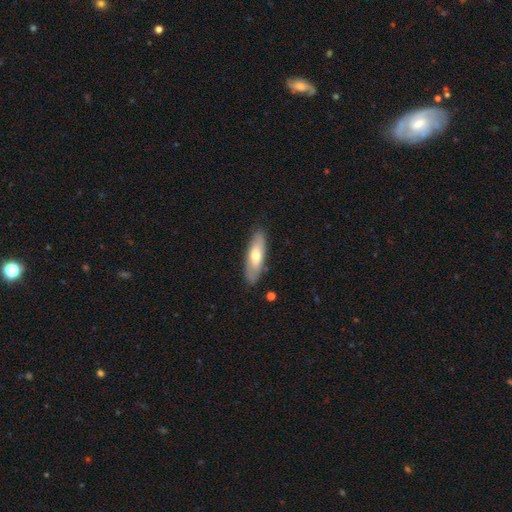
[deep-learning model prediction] This is possibly a smooth galaxy (56%). How rounded: possibly in between (56%). Merging: clearly none (83%).